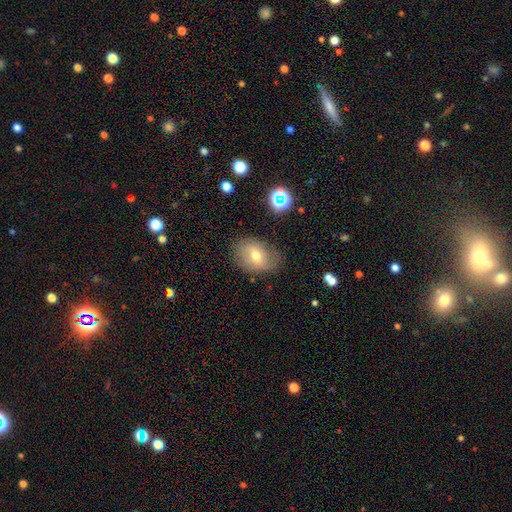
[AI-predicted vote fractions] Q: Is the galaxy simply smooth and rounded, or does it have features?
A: smooth — 60%.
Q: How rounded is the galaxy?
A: in between — 69%.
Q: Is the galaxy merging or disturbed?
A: none — 71%.